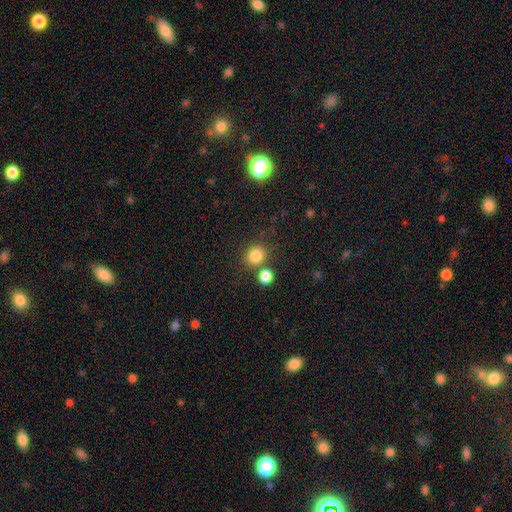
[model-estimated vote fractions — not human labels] smooth 83%, star or artifact 12%, featured or disk 5%. Down the decision tree: how rounded — round (82%); merging — none (70%).